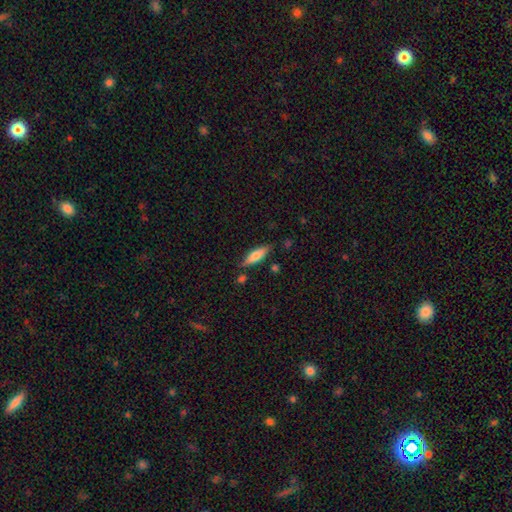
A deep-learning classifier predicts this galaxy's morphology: Smooth or featured? smooth (67%)
How rounded? cigar-shaped (55%)
Merging? none (77%)